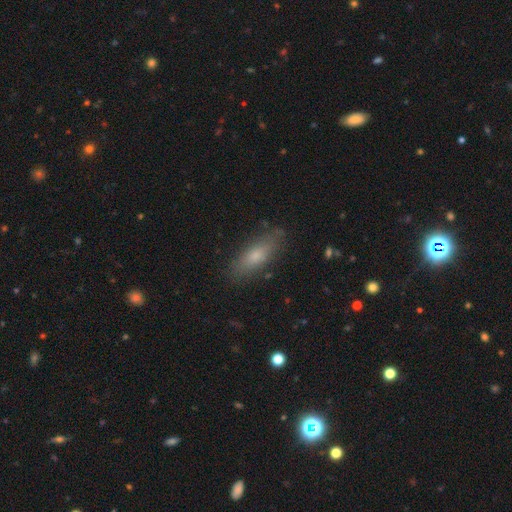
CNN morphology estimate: Smooth or featured?
  - smooth: 72% *
  - featured or disk: 20%
  - star or artifact: 8%
How rounded?
  - in between: 62% *
  - cigar-shaped: 35%
  - round: 3%
Merging?
  - none: 81% *
  - minor disturbance: 14%
  - major disturbance: 3%
  - merger: 2%